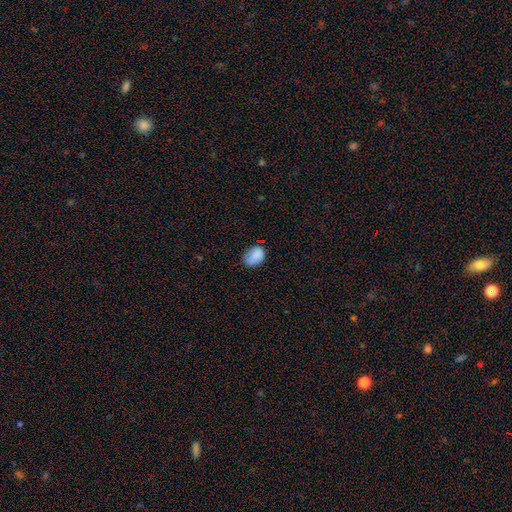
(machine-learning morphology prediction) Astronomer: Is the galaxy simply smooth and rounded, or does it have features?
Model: smooth — 85%.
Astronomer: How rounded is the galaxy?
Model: in between — 72%.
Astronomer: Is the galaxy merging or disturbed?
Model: none — 62%.